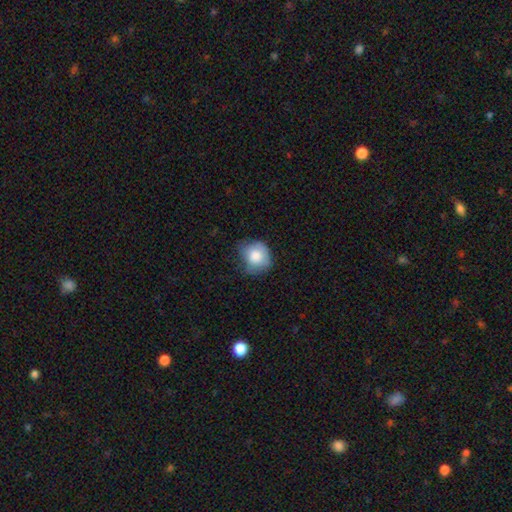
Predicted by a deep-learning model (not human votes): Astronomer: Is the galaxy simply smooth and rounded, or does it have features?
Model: smooth — 78%.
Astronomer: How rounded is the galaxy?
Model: round — 73%.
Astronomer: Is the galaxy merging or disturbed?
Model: none — 49% (runner-up: minor disturbance, 37%).